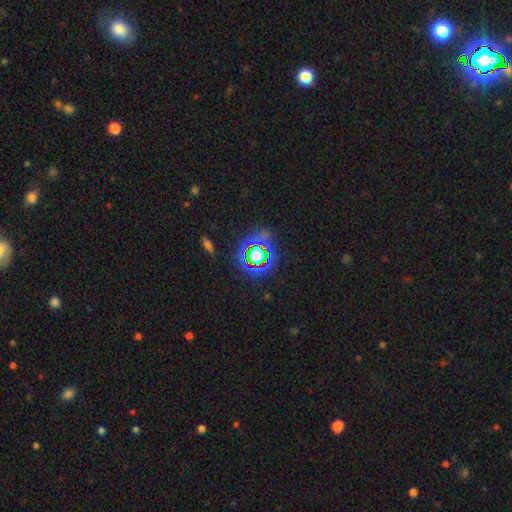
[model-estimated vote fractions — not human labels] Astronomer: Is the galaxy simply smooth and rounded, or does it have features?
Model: star or artifact — 72%.